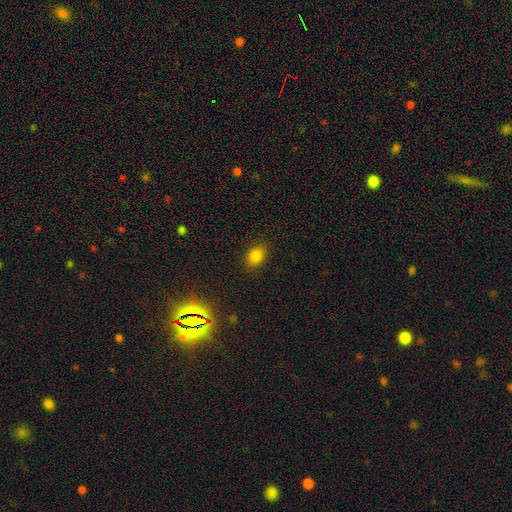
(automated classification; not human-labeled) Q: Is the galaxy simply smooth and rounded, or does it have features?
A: smooth — 79%.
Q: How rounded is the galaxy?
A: in between — 70%.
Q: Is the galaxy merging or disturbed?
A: none — 86%.